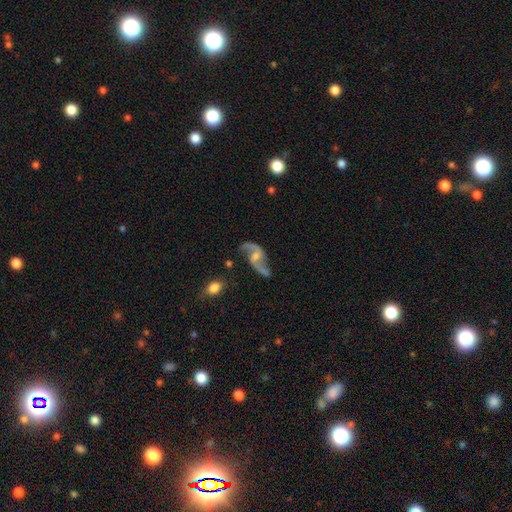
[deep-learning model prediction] Smooth or featured?
  - featured or disk: 89% *
  - smooth: 7%
  - star or artifact: 5%
Edge-on disk?
  - no: 97% *
  - yes: 3%
Bar?
  - weak: 49% *
  - no: 38%
  - strong: 13%
Spiral arms?
  - yes: 95% *
  - no: 5%
Spiral winding?
  - loose: 78% *
  - medium: 19%
  - tight: 4%
Spiral arm count?
  - 2: 93% *
  - 1: 3%
  - can't tell: 2%
  - 3: 1%
  - 4: 1%
  - more than 4: 1%
Bulge size?
  - small: 41% *
  - moderate: 37%
  - none: 17%
  - large: 4%
  - dominant: 1%
Merging?
  - none: 64% *
  - minor disturbance: 19%
  - major disturbance: 12%
  - merger: 5%